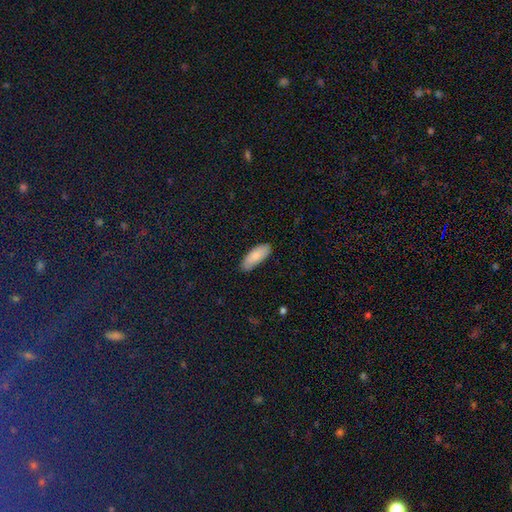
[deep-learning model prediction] A smooth galaxy with no disk features (84%) that is in between round and cigar-shaped (76%).

Vote fractions:
- Smooth or featured? smooth: 84% / featured or disk: 11% / star or artifact: 6%
- How rounded? in between: 76% / cigar-shaped: 22% / round: 2%
- Merging? none: 84% / minor disturbance: 13% / major disturbance: 2% / merger: 1%